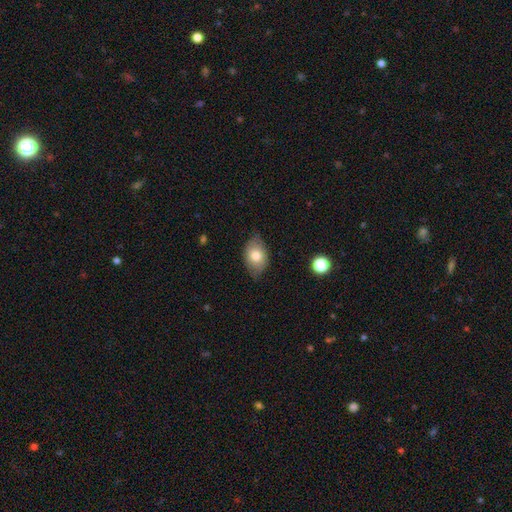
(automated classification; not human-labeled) smooth 74%, featured or disk 19%, star or artifact 7%. Down the decision tree: how rounded — in between (82%); merging — none (69%).